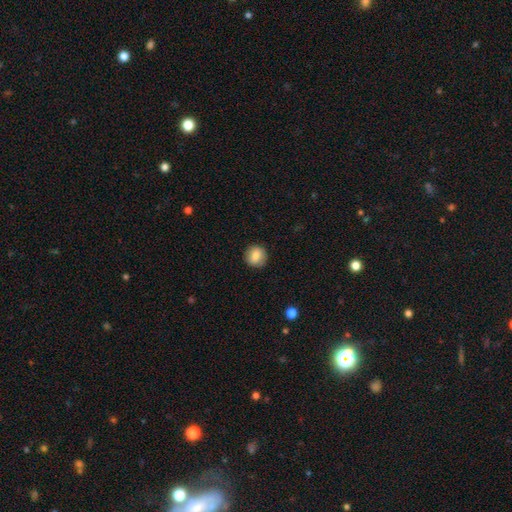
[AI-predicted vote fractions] A smooth galaxy with no disk features (83%) that is round (91%). Merging: none (91%).